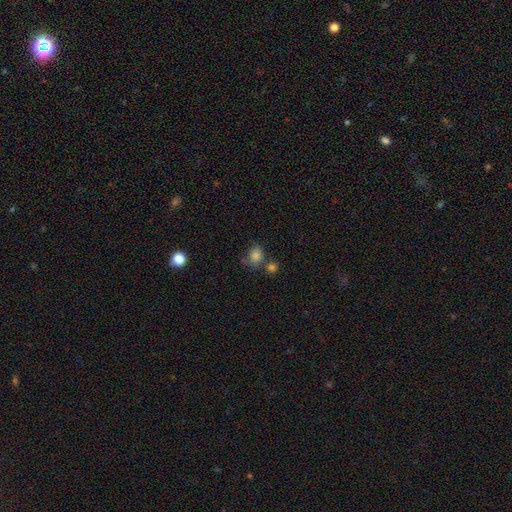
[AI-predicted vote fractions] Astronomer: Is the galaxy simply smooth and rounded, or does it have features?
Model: smooth — 79%.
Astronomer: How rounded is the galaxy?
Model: round — 57% (runner-up: in between, 42%).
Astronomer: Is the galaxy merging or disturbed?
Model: none — 53%.